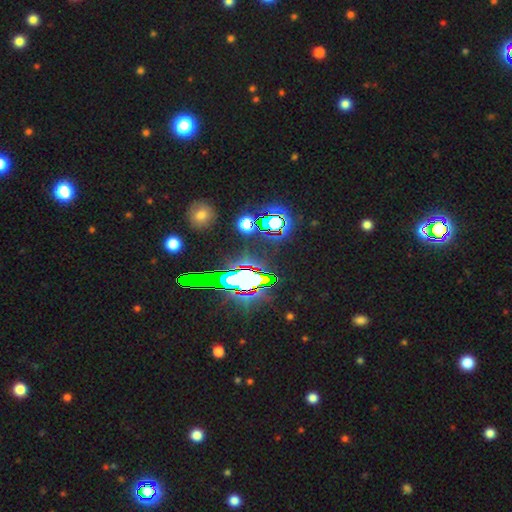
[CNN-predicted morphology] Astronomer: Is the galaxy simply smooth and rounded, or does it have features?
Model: star or artifact — 81%.